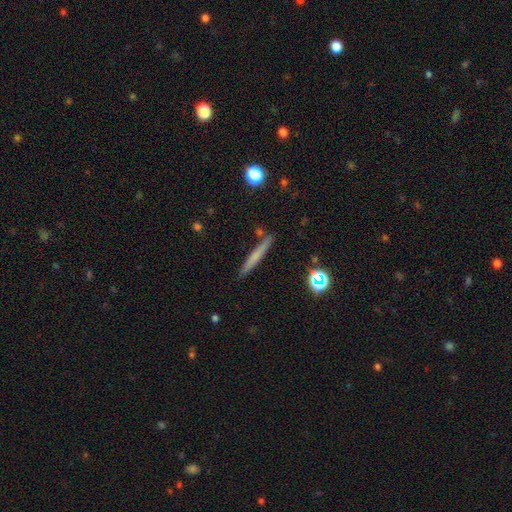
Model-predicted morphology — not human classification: Overall: smooth (55%; featured or disk 35%). How rounded: cigar-shaped (95%). Merging: none (87%).